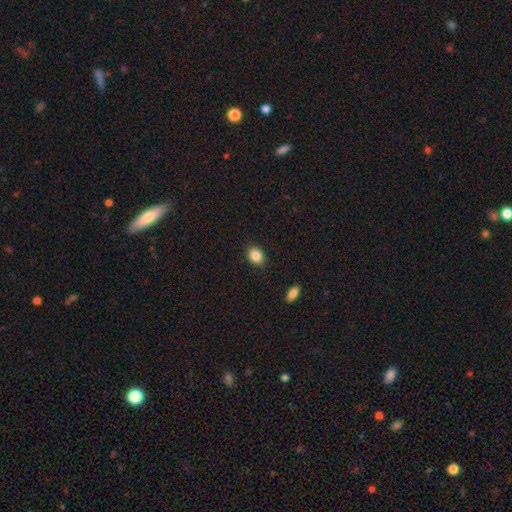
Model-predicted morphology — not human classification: Smooth or featured?
  - smooth: 86% *
  - star or artifact: 9%
  - featured or disk: 5%
How rounded?
  - in between: 58% *
  - round: 41%
  - cigar-shaped: 1%
Merging?
  - none: 88% *
  - minor disturbance: 8%
  - major disturbance: 2%
  - merger: 1%